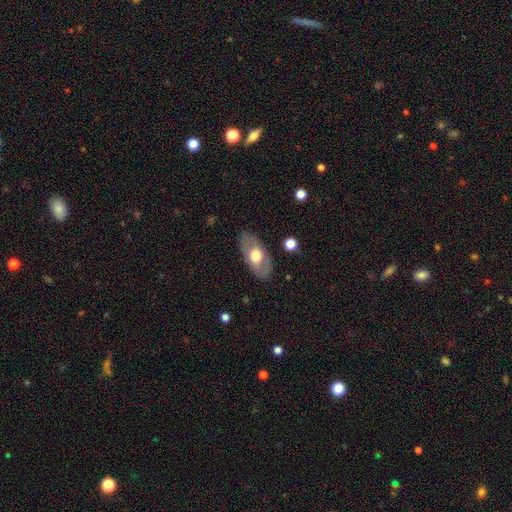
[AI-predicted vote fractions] smooth 53%, featured or disk 42%, star or artifact 6%. Down the decision tree: how rounded — in between (91%); merging — none (82%).